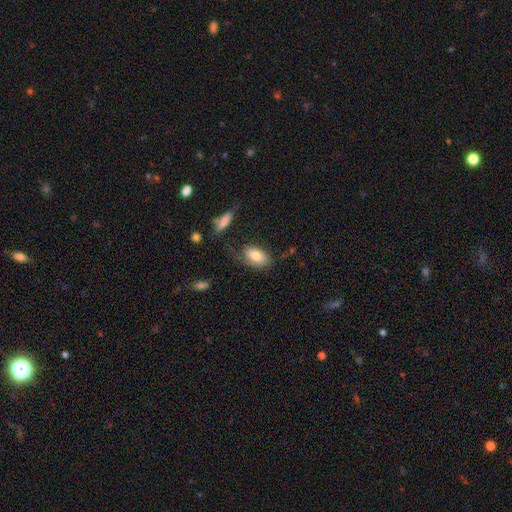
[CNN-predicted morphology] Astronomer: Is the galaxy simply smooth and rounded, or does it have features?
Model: smooth — 81%.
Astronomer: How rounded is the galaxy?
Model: in between — 92%.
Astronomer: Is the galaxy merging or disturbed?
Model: none — 59%.